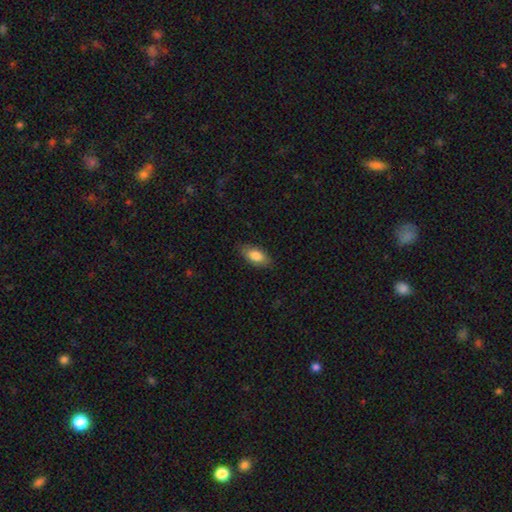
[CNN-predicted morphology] Smooth or featured: smooth — 82% (featured or disk — 12%)
How rounded: in between — 89% (cigar-shaped — 8%)
Merging: none — 84% (minor disturbance — 12%)